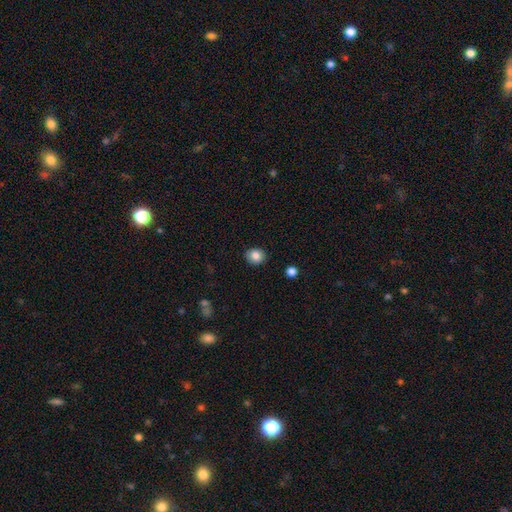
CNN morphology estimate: Smooth or featured? smooth (83%)
How rounded? round (70%)
Merging? none (89%)